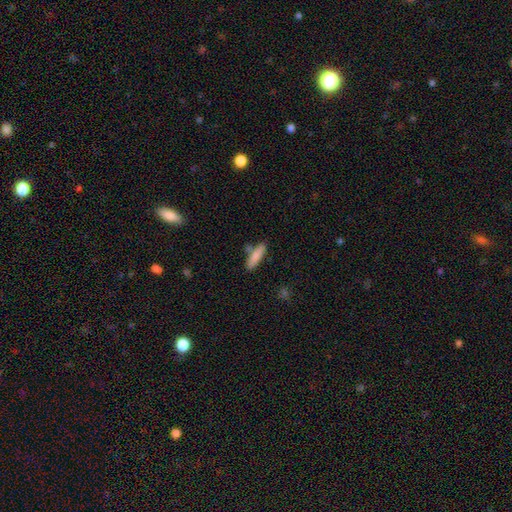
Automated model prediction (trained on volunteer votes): smooth_or_featured: smooth (p=0.81) [alt: featured or disk p=0.13]
how_rounded: cigar-shaped (p=0.66) [alt: in between p=0.32]
merging: none (p=0.76) [alt: minor disturbance p=0.13]